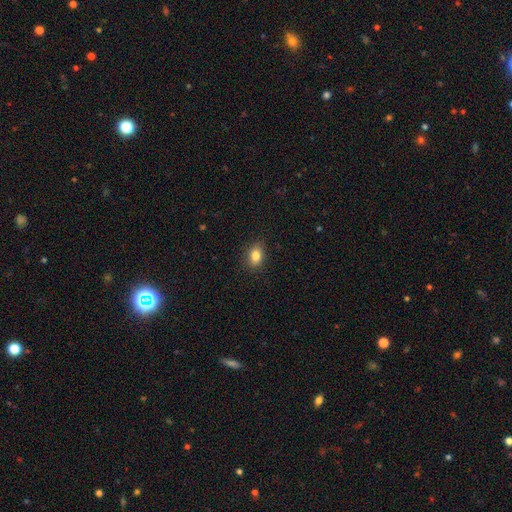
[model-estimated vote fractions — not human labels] Smooth or featured: smooth — 83% (star or artifact — 9%)
How rounded: in between — 72% (round — 26%)
Merging: none — 87% (minor disturbance — 9%)